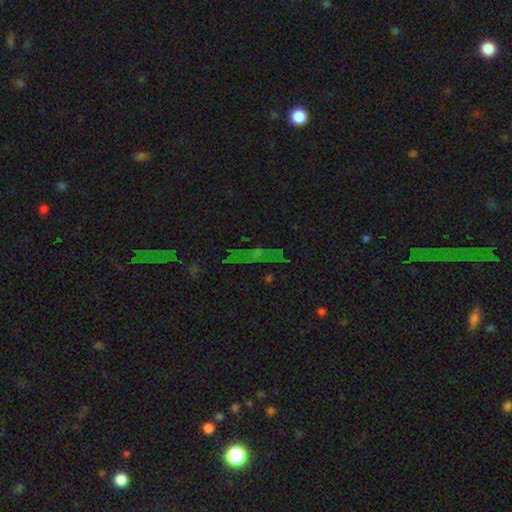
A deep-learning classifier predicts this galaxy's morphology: Q: Smooth or featured?
A: star or artifact (65%); runner-up: smooth (19%)